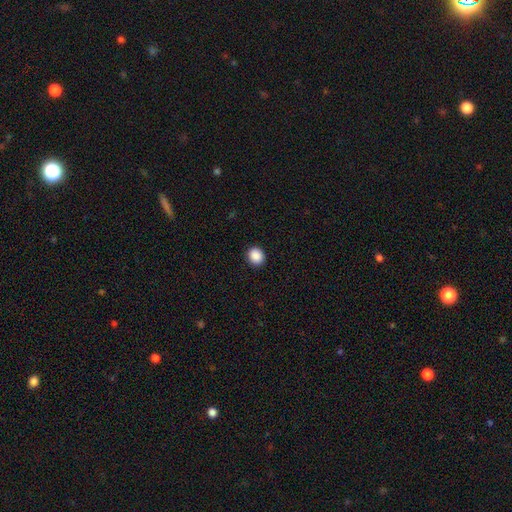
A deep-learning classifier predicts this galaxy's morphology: smooth 89%, star or artifact 9%, featured or disk 2%. Down the decision tree: how rounded — round (73%); merging — none (91%).